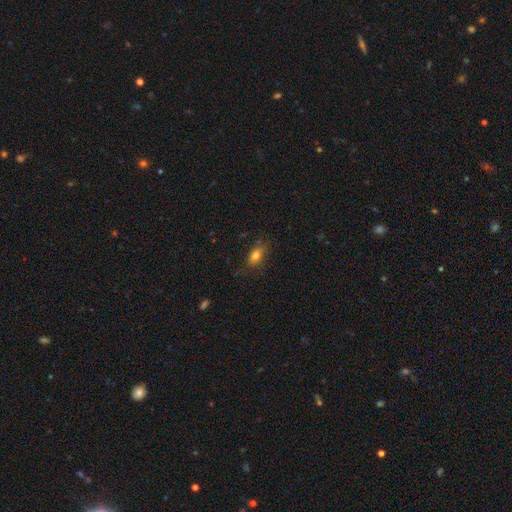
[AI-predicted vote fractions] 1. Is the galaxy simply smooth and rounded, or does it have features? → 78% smooth, 12% featured or disk, 10% star or artifact.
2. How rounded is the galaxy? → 81% in between, 12% round, 7% cigar-shaped.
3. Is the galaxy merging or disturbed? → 76% none, 17% minor disturbance, 5% major disturbance, 1% merger.